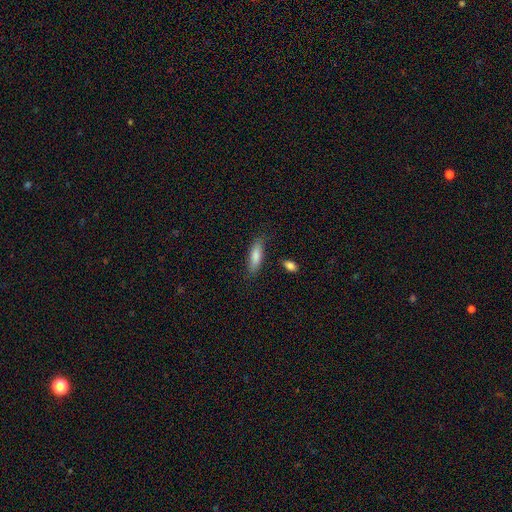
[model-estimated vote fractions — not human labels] This appears to be a smooth galaxy with no disk features (79%) that is cigar-shaped (51%). Merging: none (79%).